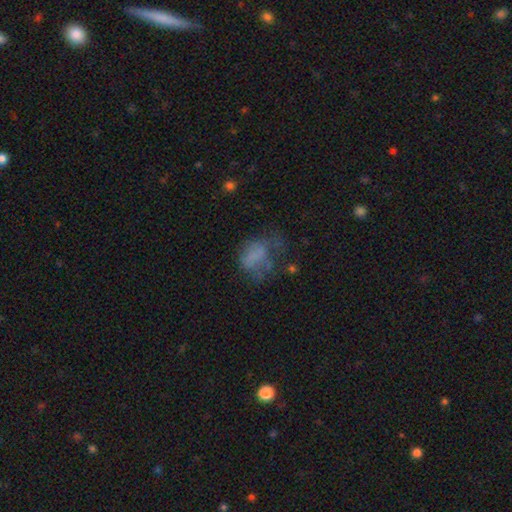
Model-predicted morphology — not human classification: The model was most divided on "merging": major disturbance: 41%, none: 30%, minor disturbance: 23%, merger: 5%. More confident: how rounded — in between (70%); smooth or featured — smooth (54%).